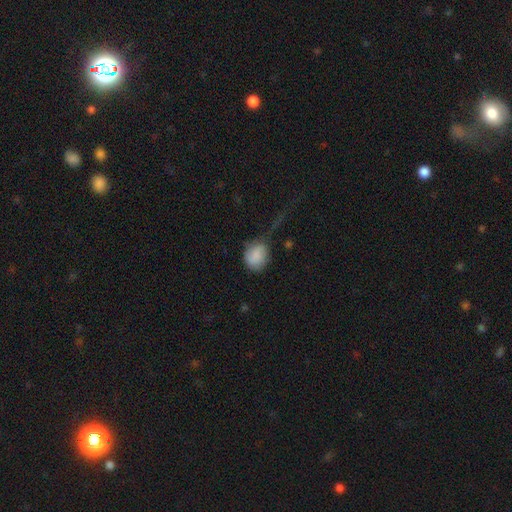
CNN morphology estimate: type=smooth (78%); roundness=round (55%); merging=none (39%).